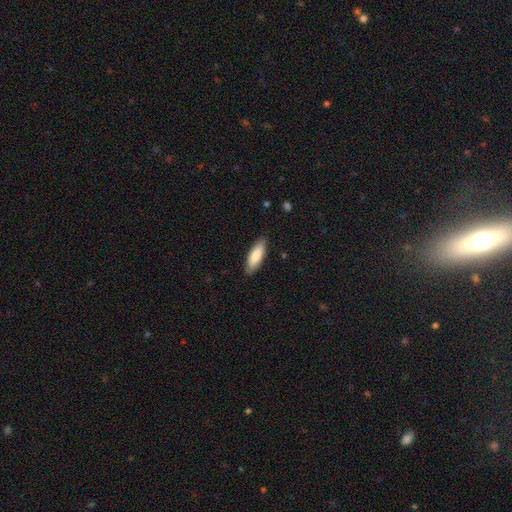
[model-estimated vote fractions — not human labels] Overall: smooth (85%). How rounded: in between (59%; cigar-shaped 40%). Merging: none (86%).